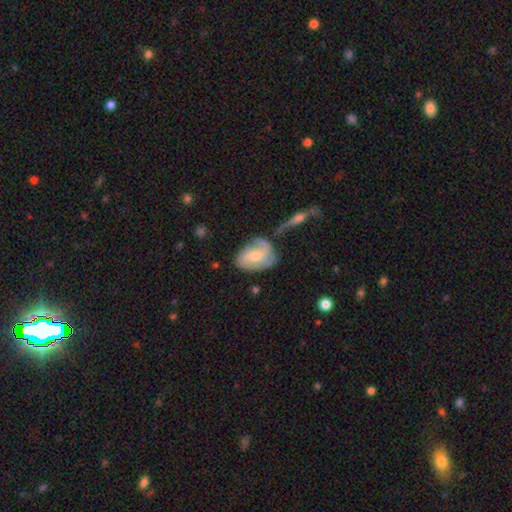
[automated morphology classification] featured or disk 47%, smooth 46%, star or artifact 7%. Down the decision tree: merging — none (52%).